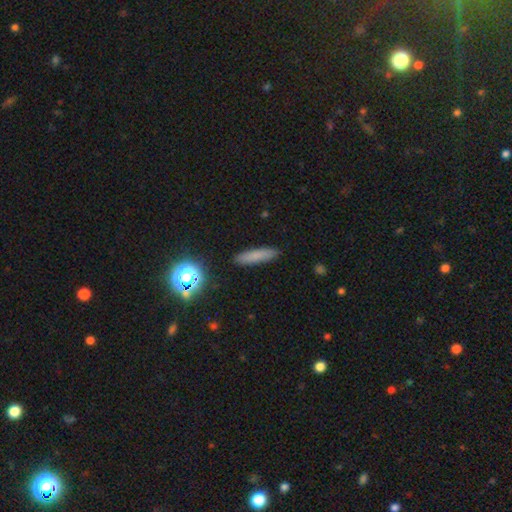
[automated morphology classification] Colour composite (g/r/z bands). It shows a smooth galaxy with no disk features (77%) that is cigar-shaped (82%). Merging: none (89%).